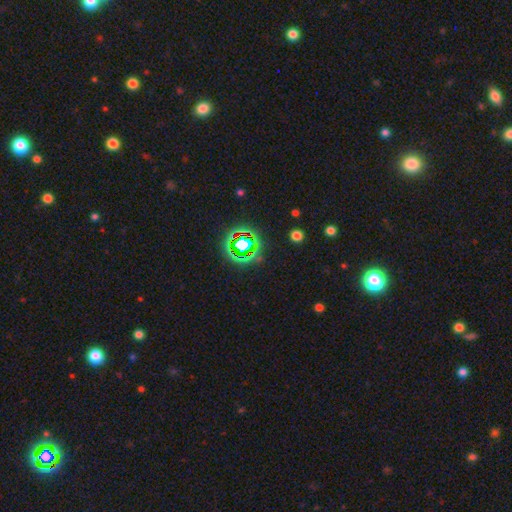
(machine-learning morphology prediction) This appears to be a star or artifact, not a galaxy (77%).